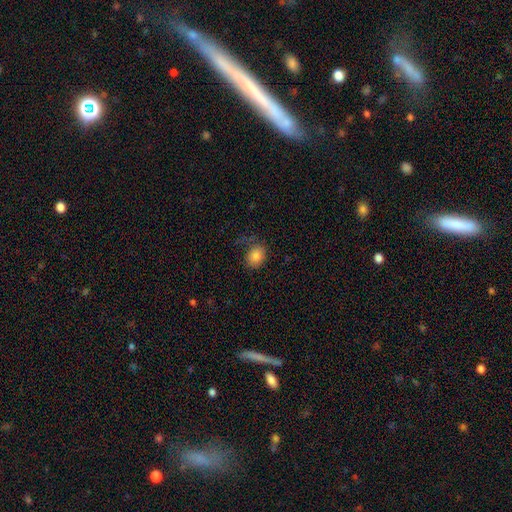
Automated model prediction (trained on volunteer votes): smooth_or_featured: smooth (p=0.83) [alt: star or artifact p=0.09]
how_rounded: in between (p=0.53) [alt: round p=0.46]
merging: none (p=0.62) [alt: minor disturbance p=0.21]